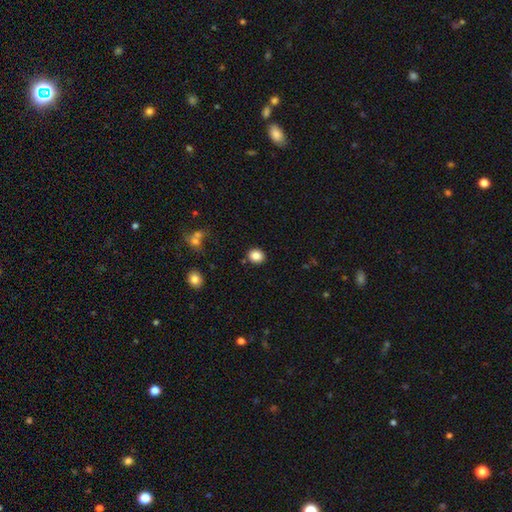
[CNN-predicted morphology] Smooth or featured?
  - smooth: 86% *
  - star or artifact: 10%
  - featured or disk: 5%
How rounded?
  - round: 75% *
  - in between: 24%
  - cigar-shaped: 1%
Merging?
  - none: 88% *
  - minor disturbance: 7%
  - merger: 3%
  - major disturbance: 2%